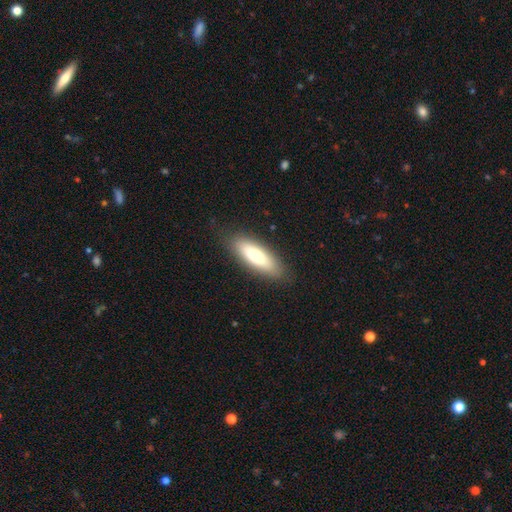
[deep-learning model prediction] smooth 75%, featured or disk 19%, star or artifact 6%. Down the decision tree: how rounded — in between (59%); merging — none (85%).